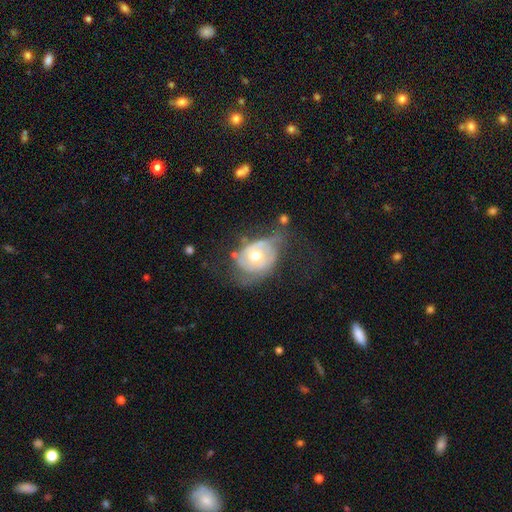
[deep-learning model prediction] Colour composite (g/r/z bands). It shows a featured or disk galaxy (67%) with no bar (78%), spiral arms (68%) and a moderate central bulge (74%). Merging: none (35%).